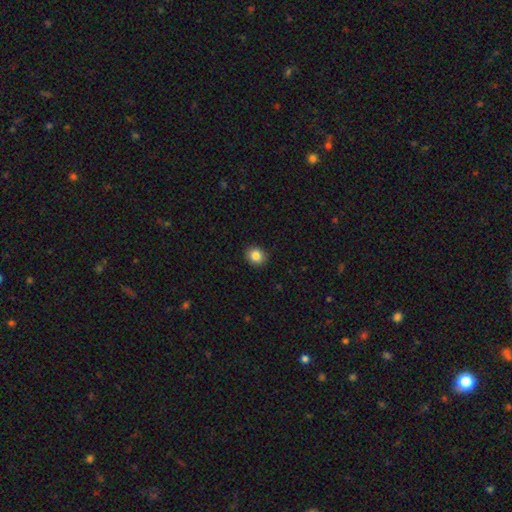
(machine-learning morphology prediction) type=smooth (85%); roundness=round (71%); merging=none (91%).